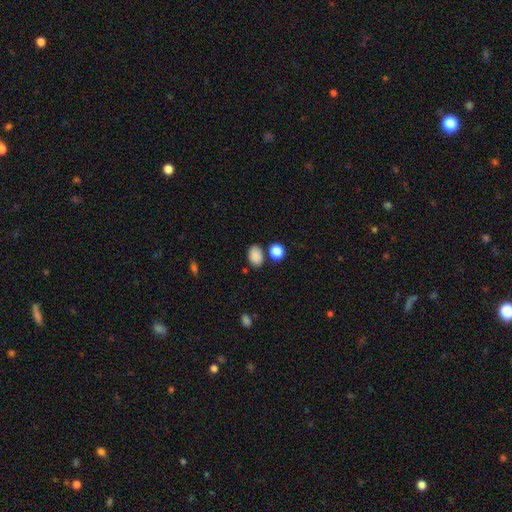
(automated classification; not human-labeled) smooth 87%, star or artifact 10%, featured or disk 4%. Down the decision tree: how rounded — in between (76%); merging — none (75%).